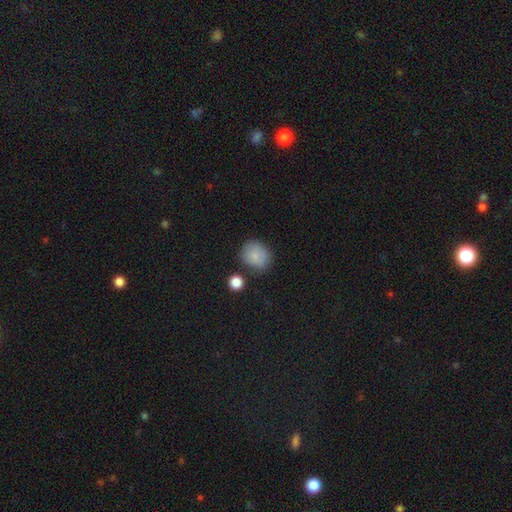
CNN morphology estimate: smooth-or-featured: smooth: 84% | star or artifact: 9% | featured or disk: 8%
  how-rounded: round: 70% | in between: 29% | cigar-shaped: 1%
  merging: none: 71% | minor disturbance: 19% | merger: 5% | major disturbance: 5%